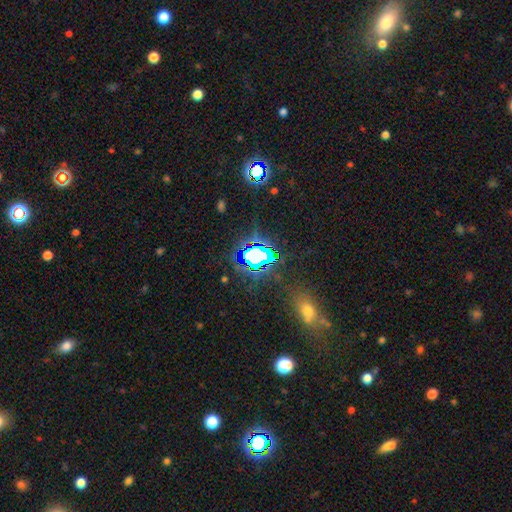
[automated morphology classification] This appears to be a star or artifact, not a galaxy (72%).